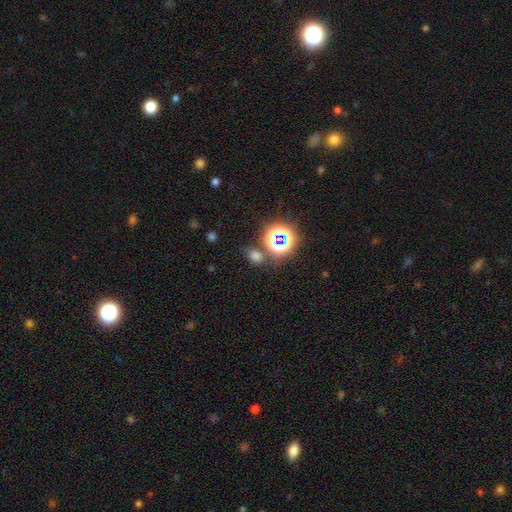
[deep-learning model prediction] The model was most divided on "how rounded" (2-way tie): round: 49%, in between: 49%, cigar-shaped: 2%. More confident: merging — none (71%); smooth or featured — smooth (61%).